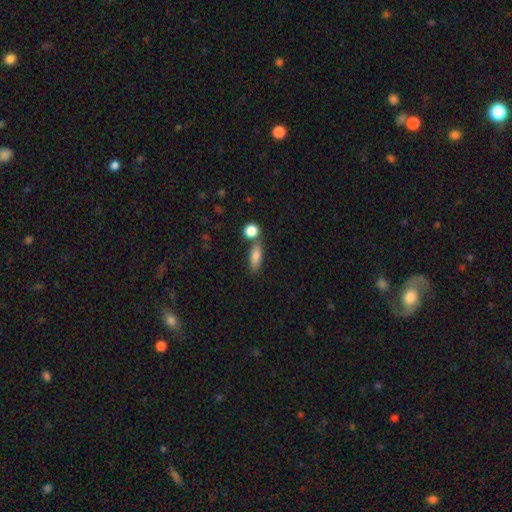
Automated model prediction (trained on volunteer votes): Morphology: type=smooth (81%); roundness=in between (60%); merging=none (65%).